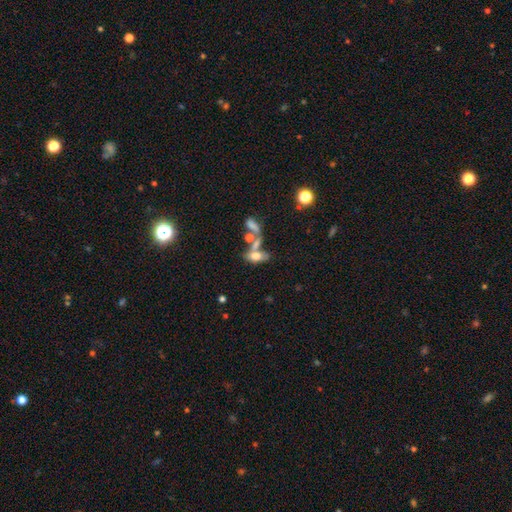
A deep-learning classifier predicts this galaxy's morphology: A smooth galaxy with no disk features (61%) that is in between round and cigar-shaped (80%).

Vote fractions:
- Smooth or featured? smooth: 61% / featured or disk: 28% / star or artifact: 11%
- How rounded? in between: 80% / cigar-shaped: 13% / round: 7%
- Merging? merger: 51% / none: 27% / major disturbance: 12% / minor disturbance: 10%